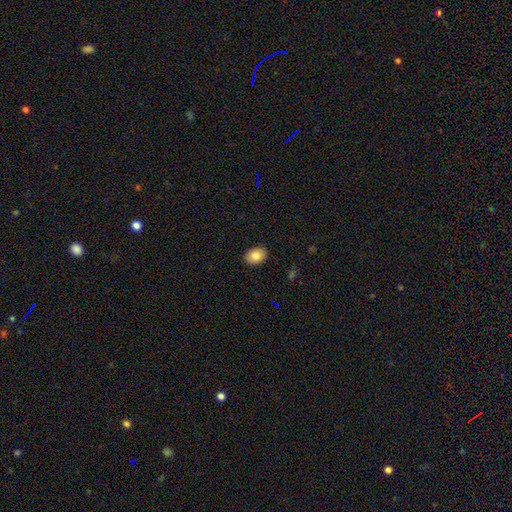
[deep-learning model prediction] Q: Smooth or featured?
A: smooth (85%); runner-up: star or artifact (8%)
Q: How rounded?
A: in between (77%); runner-up: round (22%)
Q: Merging?
A: none (89%); runner-up: minor disturbance (8%)